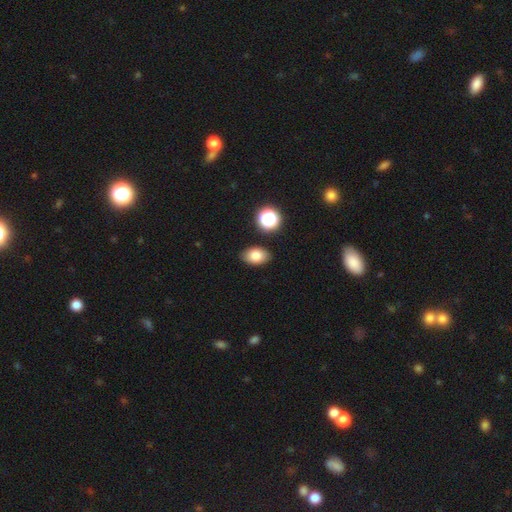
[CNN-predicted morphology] A smooth galaxy with no disk features (82%) that is in between round and cigar-shaped (85%). Merging: none (86%).